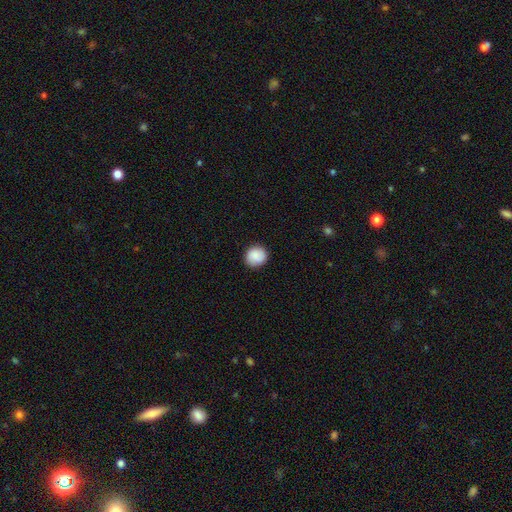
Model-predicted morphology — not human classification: Q: Smooth or featured?
A: smooth (87%); runner-up: star or artifact (7%)
Q: How rounded?
A: round (87%); runner-up: in between (12%)
Q: Merging?
A: none (88%); runner-up: minor disturbance (9%)